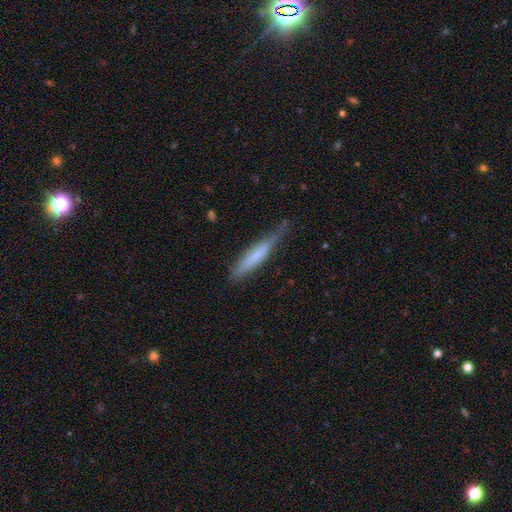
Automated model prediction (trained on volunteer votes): This is likely a smooth galaxy (65%). How rounded: clearly cigar-shaped (91%). Merging: likely none (63%).